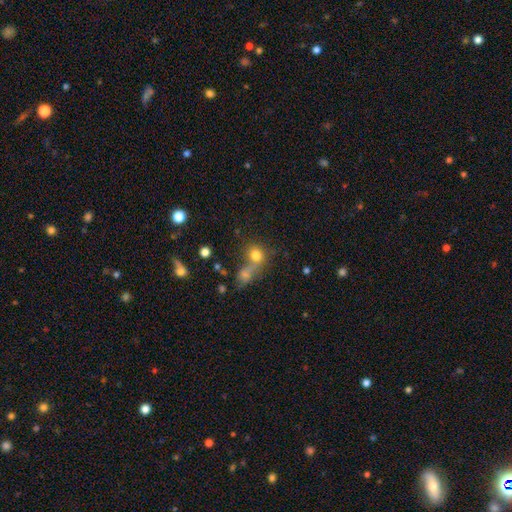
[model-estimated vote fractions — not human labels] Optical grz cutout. It shows a smooth galaxy with no disk features (77%) that is round (76%). Merging: merger (47%).